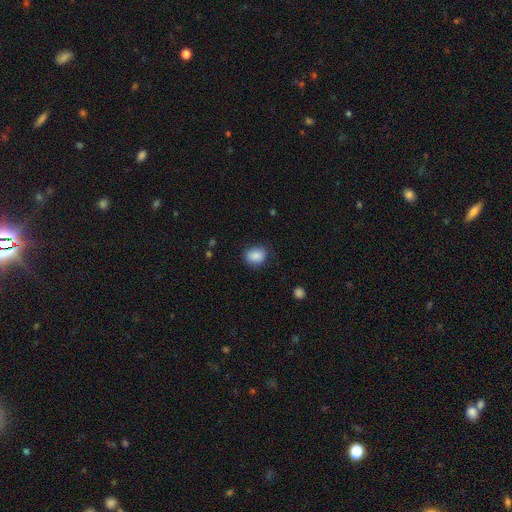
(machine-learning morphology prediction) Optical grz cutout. It shows a smooth galaxy with no disk features (87%) that is in between round and cigar-shaped (53%). Merging: none (80%).